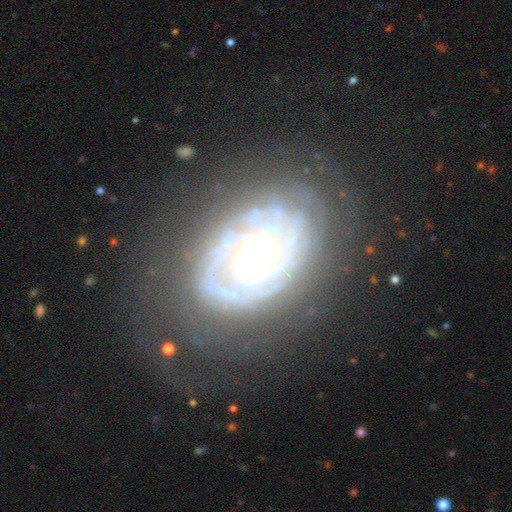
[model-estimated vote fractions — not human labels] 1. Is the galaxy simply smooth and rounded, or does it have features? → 86% featured or disk, 8% smooth, 6% star or artifact.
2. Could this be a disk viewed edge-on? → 95% no, 5% yes.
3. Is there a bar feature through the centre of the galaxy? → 80% no, 14% weak, 6% strong.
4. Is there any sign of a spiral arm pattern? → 88% yes, 12% no.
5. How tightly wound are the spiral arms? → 81% tight, 15% medium, 5% loose.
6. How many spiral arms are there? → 44% can't tell, 19% 2, 12% 3, 9% more than 4, 9% 4, 7% 1.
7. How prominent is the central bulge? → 67% moderate, 25% small, 6% large, 1% dominant, 1% none.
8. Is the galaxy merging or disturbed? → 71% none, 17% minor disturbance, 11% major disturbance, 2% merger.